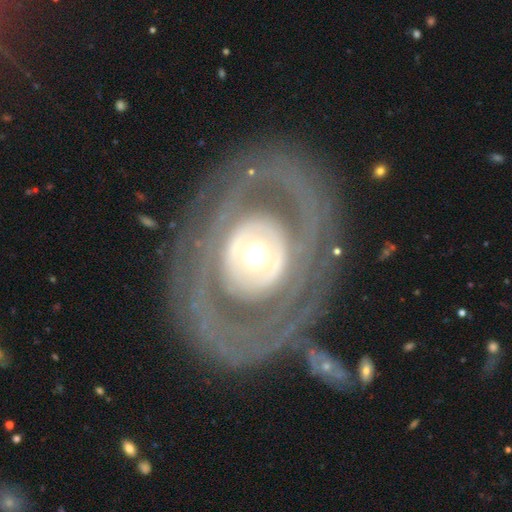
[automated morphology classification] type=featured or disk (79%); edge-on=no (95%); bar=no (75%); spiral arms=no (50%, tied with yes); bulge=moderate (64%); merging=none (75%).